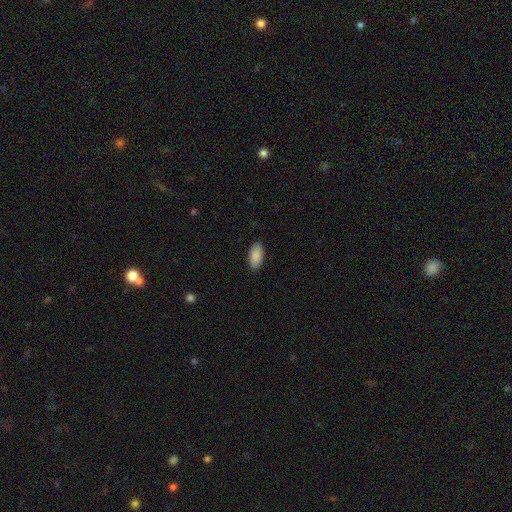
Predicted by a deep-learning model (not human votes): Morphology: type=smooth (89%); roundness=in between (95%); merging=none (88%).